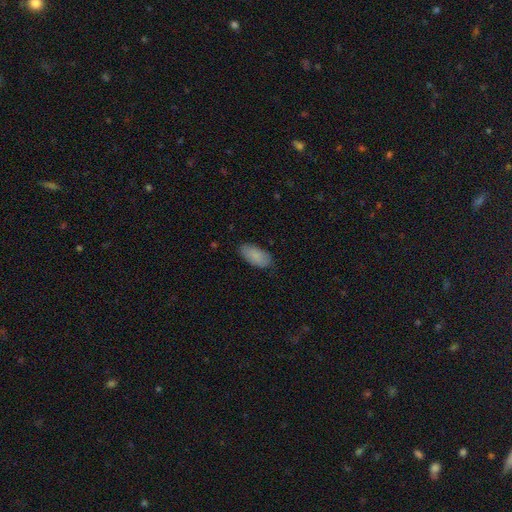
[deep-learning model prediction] Smooth or featured: smooth — 85% (featured or disk — 9%)
How rounded: in between — 92% (cigar-shaped — 6%)
Merging: none — 82% (minor disturbance — 15%)